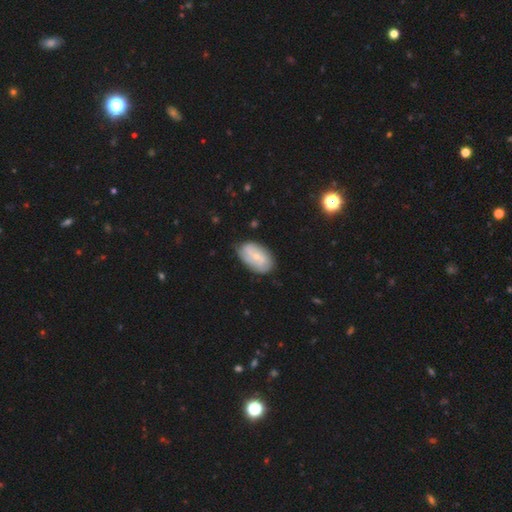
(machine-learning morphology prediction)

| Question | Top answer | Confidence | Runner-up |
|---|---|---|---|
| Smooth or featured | featured or disk | 57% | smooth (37%) |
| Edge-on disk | no | 95% | yes (5%) |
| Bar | no | 57% | weak (34%) |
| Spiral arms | yes | 74% | no (26%) |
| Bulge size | small | 64% | moderate (32%) |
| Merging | none | 73% | minor disturbance (21%) |